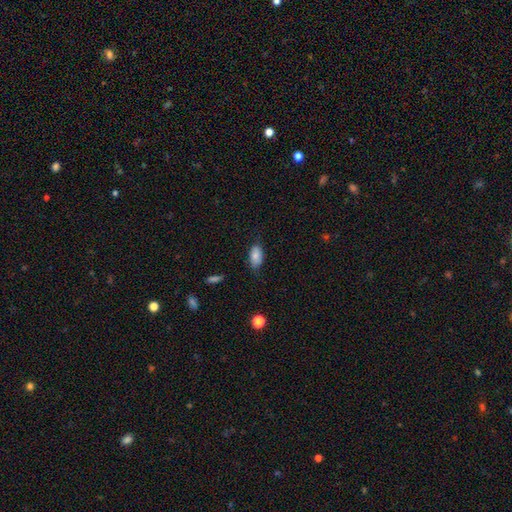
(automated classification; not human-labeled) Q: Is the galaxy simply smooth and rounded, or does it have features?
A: smooth — 81%.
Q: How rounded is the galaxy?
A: in between — 93%.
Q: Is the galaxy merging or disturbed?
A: none — 75%.